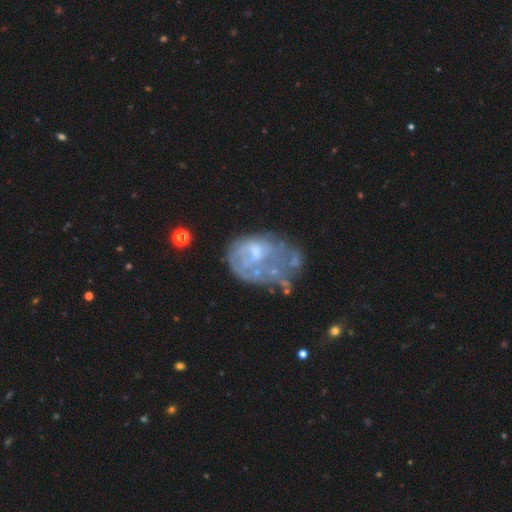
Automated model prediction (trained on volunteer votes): Overall: featured or disk (59%; smooth 26%). Edge-on disk: no (97%). Bar: no (81%). Spiral arms: no (80%). Bulge size: small (36%; none 32%). Merging: major disturbance (32%, tied with none).